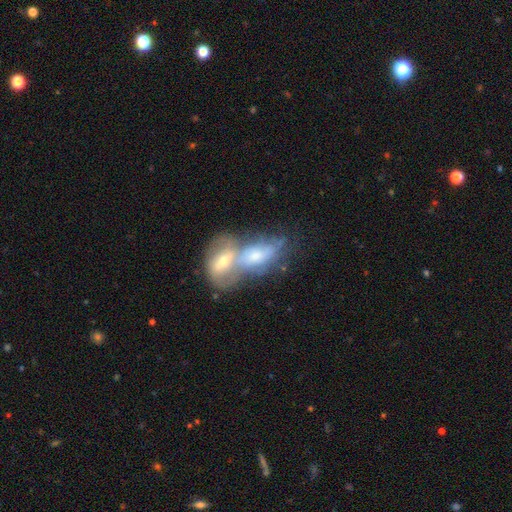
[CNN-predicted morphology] smooth_or_featured: featured or disk (p=0.50) [alt: smooth p=0.42]
disk_edge_on: no (p=0.87) [alt: yes p=0.13]
merging: merger (p=0.73) [alt: none p=0.14]